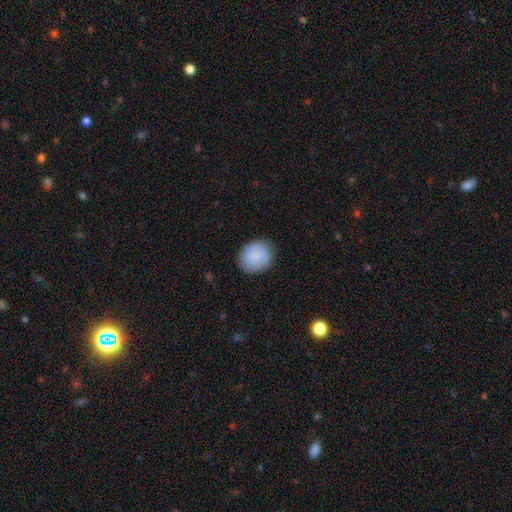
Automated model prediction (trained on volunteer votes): A smooth galaxy with no disk features (87%) that is round (77%). Merging: none (80%).